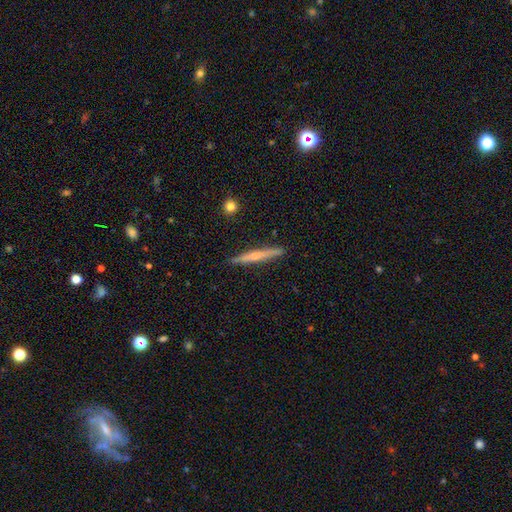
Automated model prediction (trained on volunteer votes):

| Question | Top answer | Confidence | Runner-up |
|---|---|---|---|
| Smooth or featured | smooth | 51% | featured or disk (43%) |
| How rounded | cigar-shaped | 95% | in between (3%) |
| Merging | none | 90% | minor disturbance (7%) |